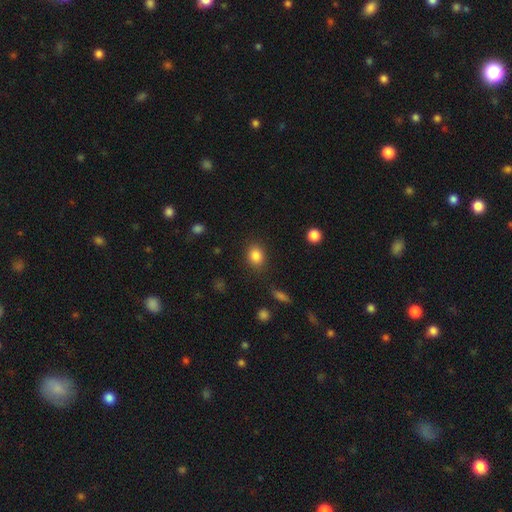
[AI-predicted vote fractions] Smooth or featured? smooth (85%)
How rounded? round (53%)
Merging? none (84%)